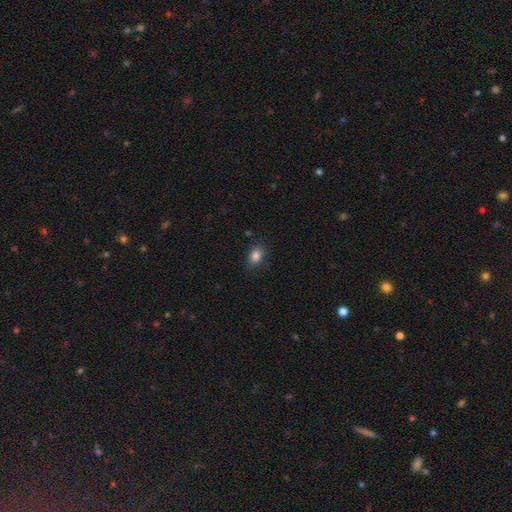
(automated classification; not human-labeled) Smooth or featured? smooth (84%)
How rounded? in between (68%)
Merging? none (84%)